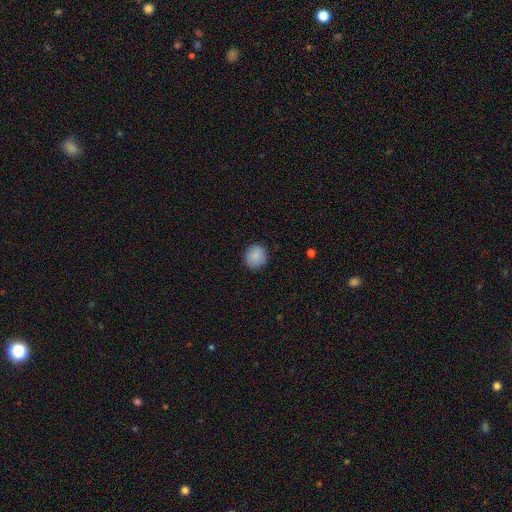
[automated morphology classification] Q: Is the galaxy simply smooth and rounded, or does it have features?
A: smooth — 88%.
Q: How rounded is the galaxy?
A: round — 87%.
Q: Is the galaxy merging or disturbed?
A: none — 86%.